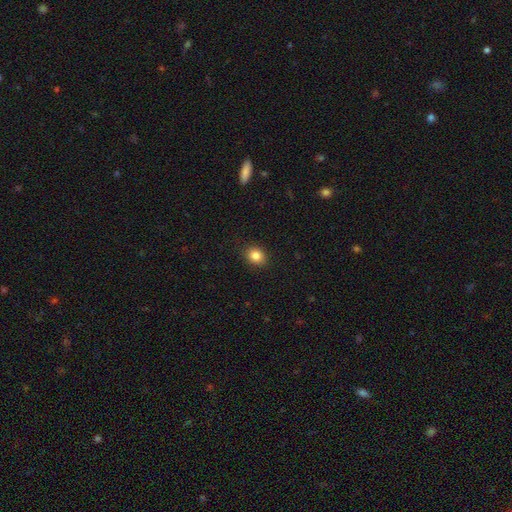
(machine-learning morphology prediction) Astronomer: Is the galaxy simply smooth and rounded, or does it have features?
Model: smooth — 85%.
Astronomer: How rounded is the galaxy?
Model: round — 62%.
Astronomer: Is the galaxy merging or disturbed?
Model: none — 89%.